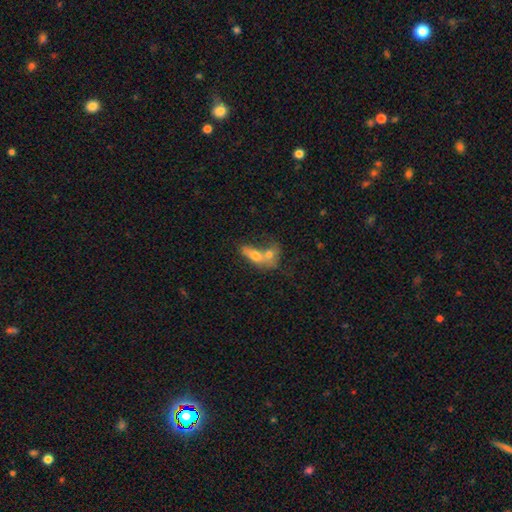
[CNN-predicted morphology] smooth 62%, featured or disk 30%, star or artifact 9%. Down the decision tree: how rounded — in between (65%); merging — merger (69%).